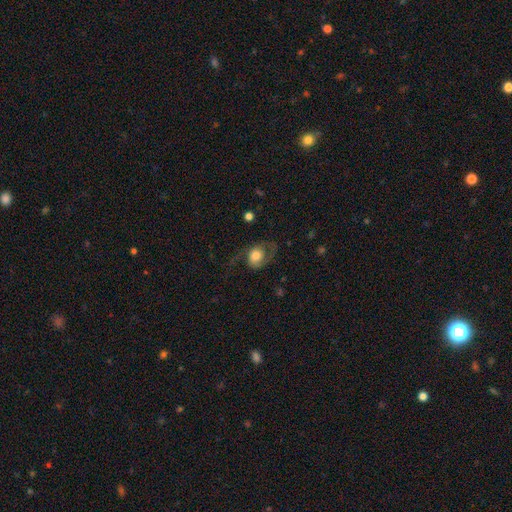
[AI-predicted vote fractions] This appears to be a featured or disk galaxy (47%). Merging: none (45%).